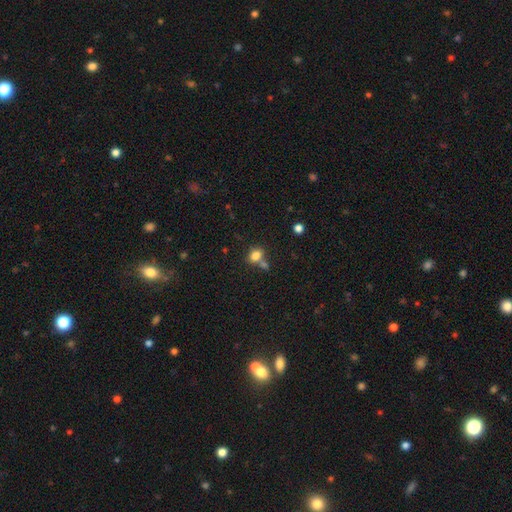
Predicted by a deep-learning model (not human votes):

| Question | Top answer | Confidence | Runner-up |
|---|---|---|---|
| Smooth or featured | smooth | 80% | star or artifact (12%) |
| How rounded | in between | 58% | round (40%) |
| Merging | none | 50% | merger (32%) |